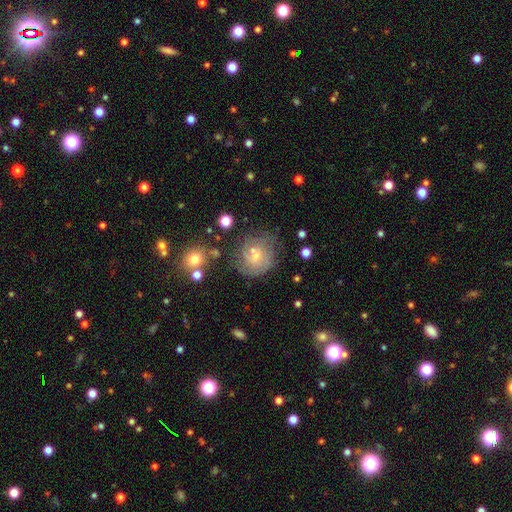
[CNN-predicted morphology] The model was most divided on "smooth or featured": featured or disk: 58%, smooth: 32%, star or artifact: 10%. Remaining: edge-on disk — no (97%); spiral arms — yes (73%); bar — no (67%); bulge size — small (59%); merging — none (49%).